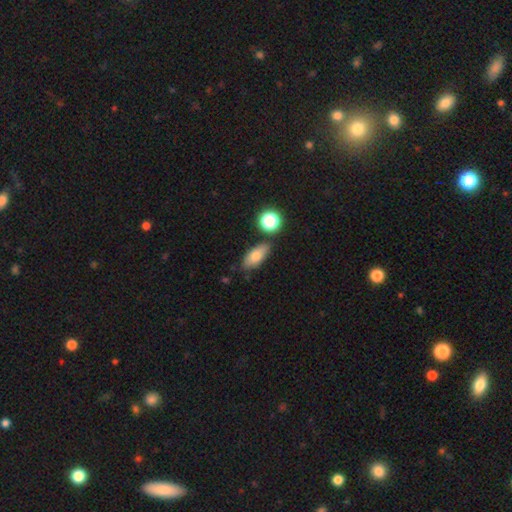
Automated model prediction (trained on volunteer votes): This appears to be a smooth galaxy with no disk features (76%) that is in between round and cigar-shaped (81%). Merging: none (77%).